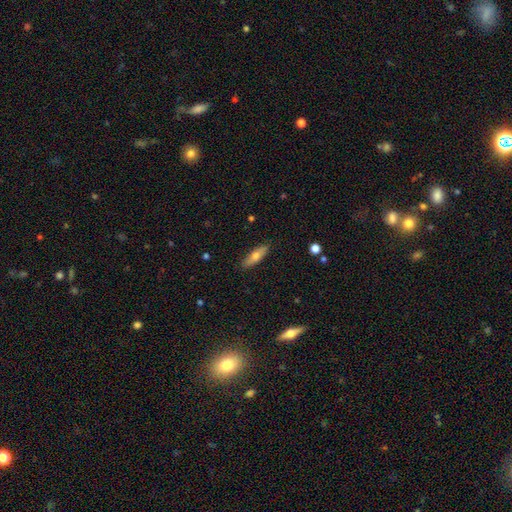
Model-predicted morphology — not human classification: Q: Smooth or featured?
A: smooth (63%); runner-up: featured or disk (31%)
Q: How rounded?
A: cigar-shaped (51%); runner-up: in between (46%)
Q: Merging?
A: none (88%); runner-up: minor disturbance (9%)